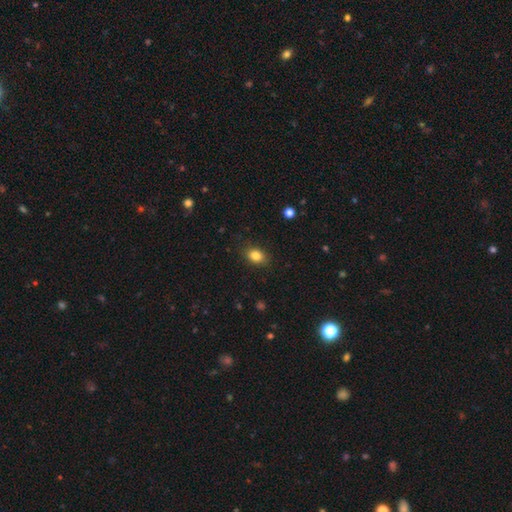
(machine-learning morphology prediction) smooth_or_featured: smooth (p=0.84) [alt: star or artifact p=0.10]
how_rounded: in between (p=0.72) [alt: round p=0.27]
merging: none (p=0.86) [alt: minor disturbance p=0.10]